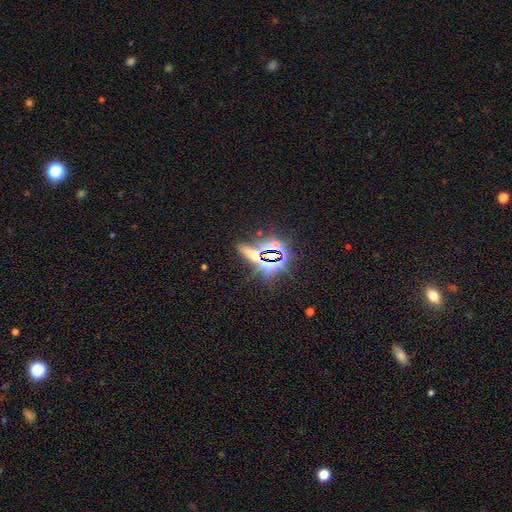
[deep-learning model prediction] Smooth or featured?
  - star or artifact: 54% *
  - smooth: 30%
  - featured or disk: 16%